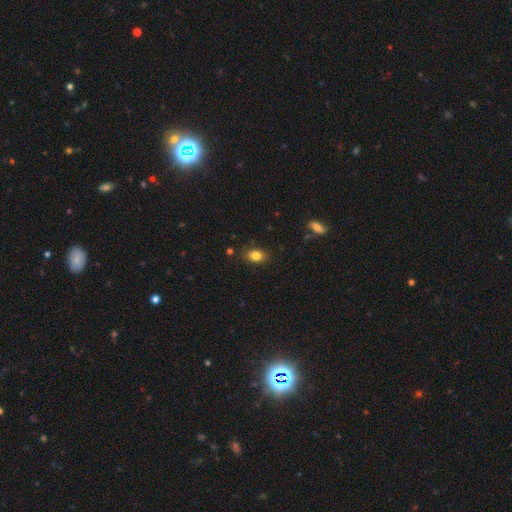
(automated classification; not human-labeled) smooth_or_featured: smooth (p=0.82) [alt: star or artifact p=0.10]
how_rounded: in between (p=0.76) [alt: round p=0.22]
merging: none (p=0.85) [alt: minor disturbance p=0.11]